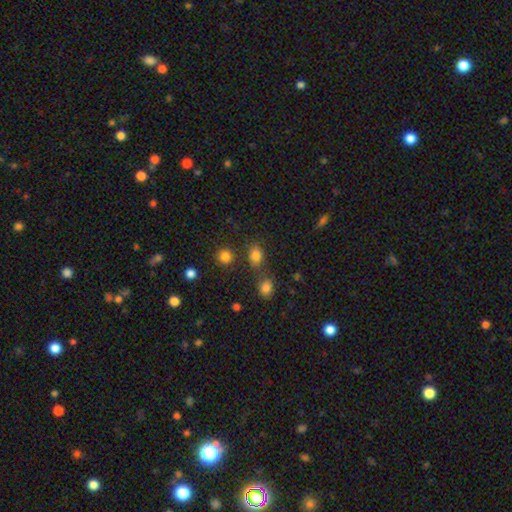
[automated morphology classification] type=smooth (79%); roundness=in between (63%); merging=none (68%).